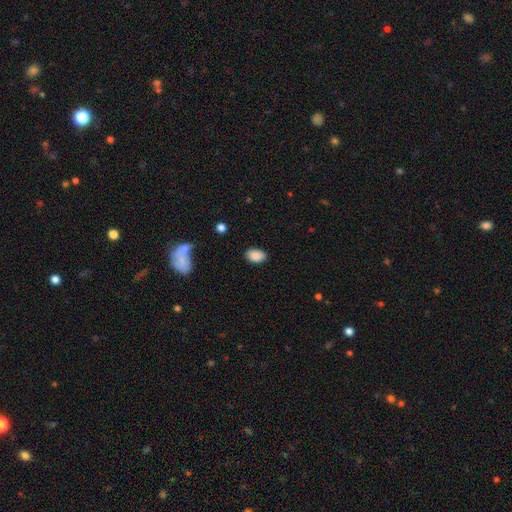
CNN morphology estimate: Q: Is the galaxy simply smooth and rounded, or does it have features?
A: smooth — 89%.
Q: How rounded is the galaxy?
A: in between — 89%.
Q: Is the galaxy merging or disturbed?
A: none — 86%.